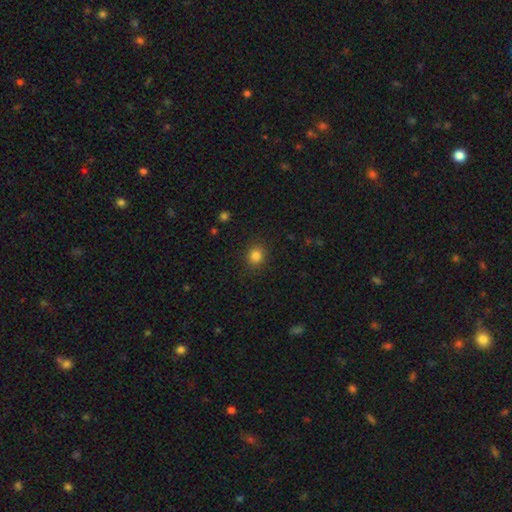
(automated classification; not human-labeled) A smooth galaxy with no disk features (84%) that is round (75%).

Vote fractions:
- Smooth or featured? smooth: 84% / star or artifact: 12% / featured or disk: 5%
- How rounded? round: 75% / in between: 25% / cigar-shaped: 1%
- Merging? none: 88% / minor disturbance: 8% / major disturbance: 3% / merger: 1%